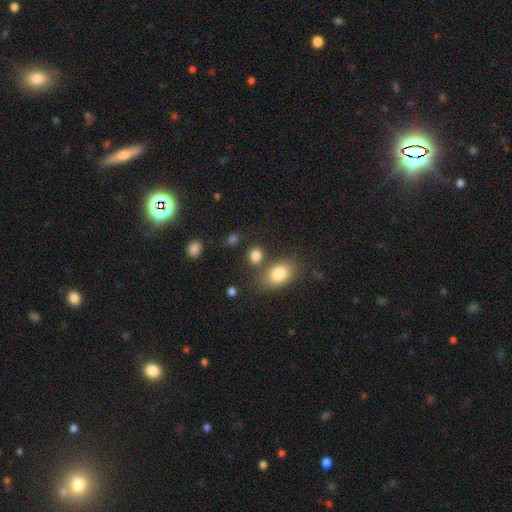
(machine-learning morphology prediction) smooth_or_featured: smooth (p=0.82) [alt: star or artifact p=0.12]
how_rounded: round (p=0.59) [alt: in between p=0.39]
merging: none (p=0.68) [alt: merger p=0.16]